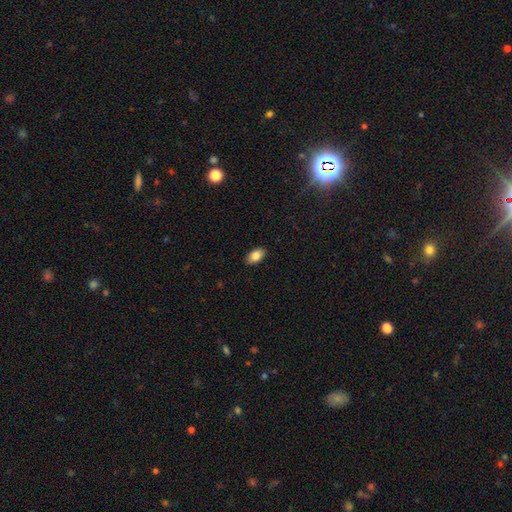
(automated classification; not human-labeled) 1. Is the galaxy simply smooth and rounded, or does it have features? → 85% smooth, 8% featured or disk, 7% star or artifact.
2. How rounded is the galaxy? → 92% in between, 6% round, 2% cigar-shaped.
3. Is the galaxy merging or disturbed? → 88% none, 10% minor disturbance, 2% major disturbance, 1% merger.